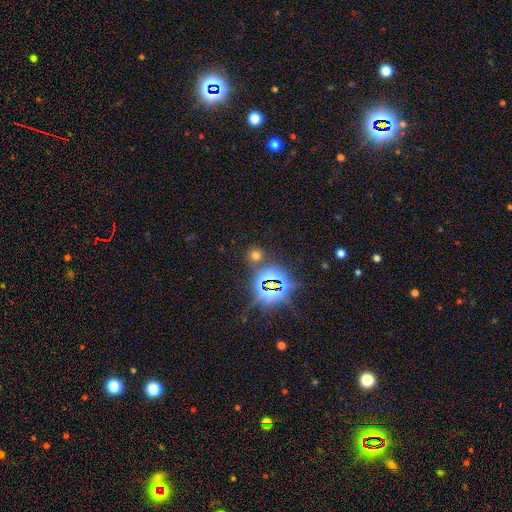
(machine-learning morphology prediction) This appears to be a smooth galaxy with no disk features (50%). Merging: none (79%).